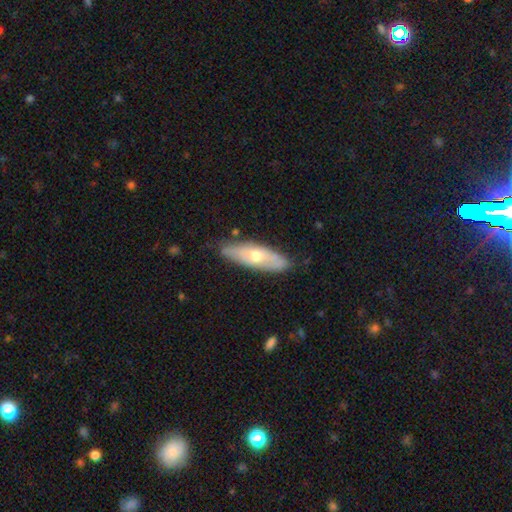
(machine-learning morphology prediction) Smooth or featured: smooth — 48% (featured or disk — 47%)
Merging: none — 78% (minor disturbance — 17%)